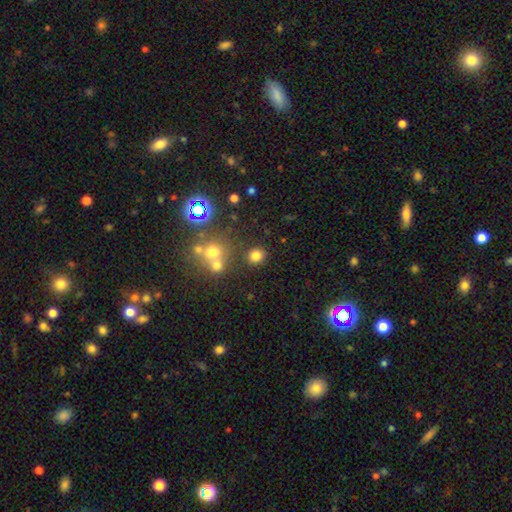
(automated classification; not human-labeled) Smooth or featured: smooth — 76% (star or artifact — 17%)
How rounded: round — 82% (in between — 17%)
Merging: none — 81% (minor disturbance — 8%)